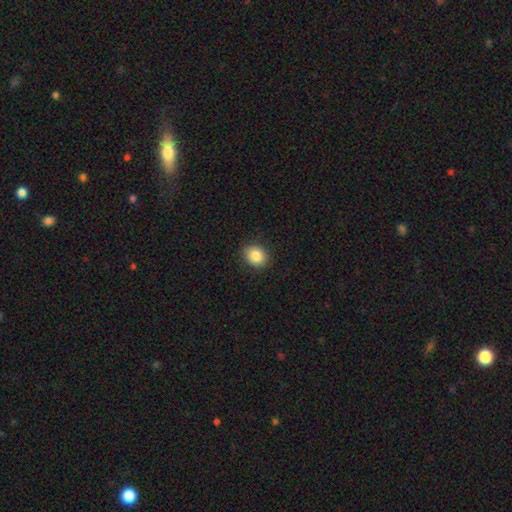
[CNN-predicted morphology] smooth 85%, star or artifact 9%, featured or disk 6%. Down the decision tree: how rounded — round (63%); merging — none (89%).